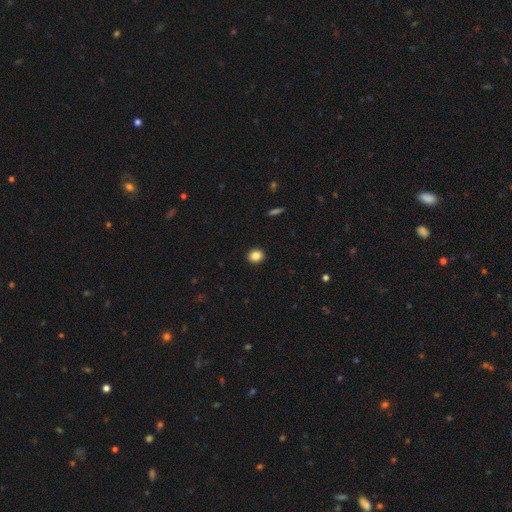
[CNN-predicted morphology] Overall: smooth (85%). How rounded: round (71%). Merging: none (92%).